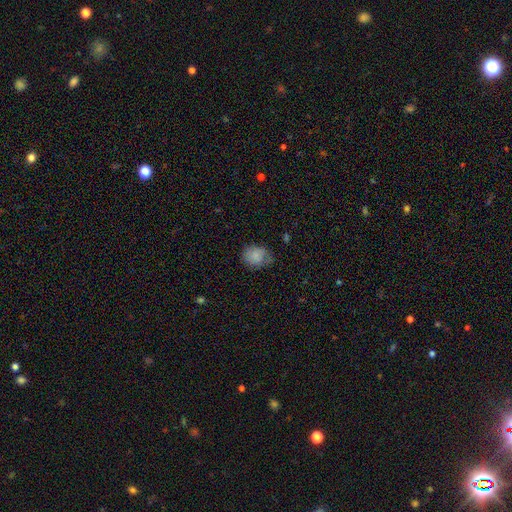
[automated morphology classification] smooth-or-featured: smooth: 78% | featured or disk: 14% | star or artifact: 9%
  how-rounded: in between: 56% | round: 43% | cigar-shaped: 1%
  merging: none: 54% | minor disturbance: 32% | major disturbance: 12% | merger: 2%